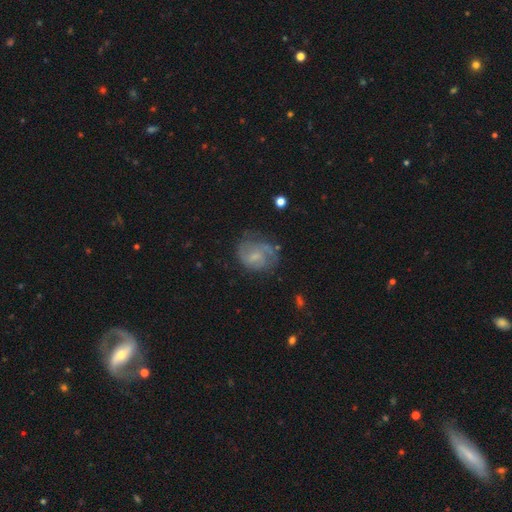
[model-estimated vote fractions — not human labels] Smooth or featured: featured or disk — 61% (smooth — 31%)
Edge-on disk: no — 98% (yes — 2%)
Bar: weak — 49% (no — 43%)
Spiral arms: yes — 81% (no — 19%)
Bulge size: small — 46% (moderate — 26%)
Merging: none — 56% (minor disturbance — 25%)